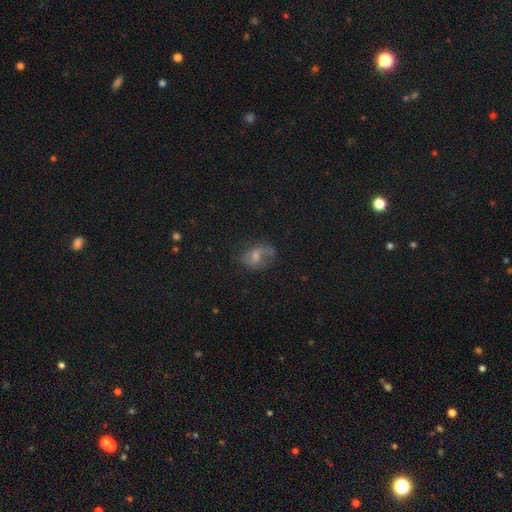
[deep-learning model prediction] Smooth or featured?
  - featured or disk: 56% *
  - smooth: 29%
  - star or artifact: 15%
Edge-on disk?
  - no: 96% *
  - yes: 4%
Bar?
  - no: 47% *
  - weak: 42%
  - strong: 11%
Spiral arms?
  - yes: 78% *
  - no: 22%
Bulge size?
  - moderate: 43% *
  - small: 42%
  - none: 9%
  - large: 5%
  - dominant: 1%
Merging?
  - none: 65% *
  - minor disturbance: 21%
  - major disturbance: 12%
  - merger: 2%